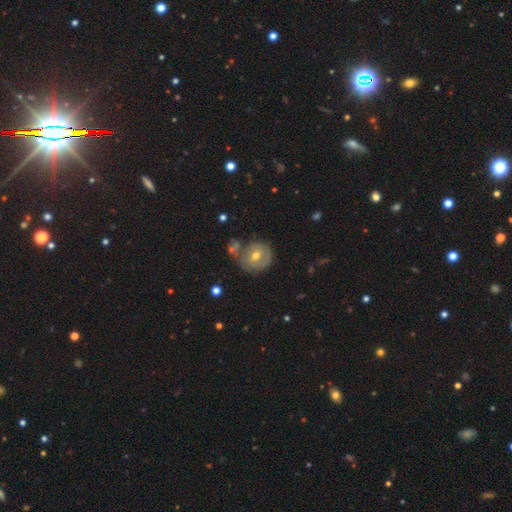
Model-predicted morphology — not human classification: The model was most divided on "smooth or featured": featured or disk: 49%, smooth: 43%, star or artifact: 9%. More confident: merging — none (59%).